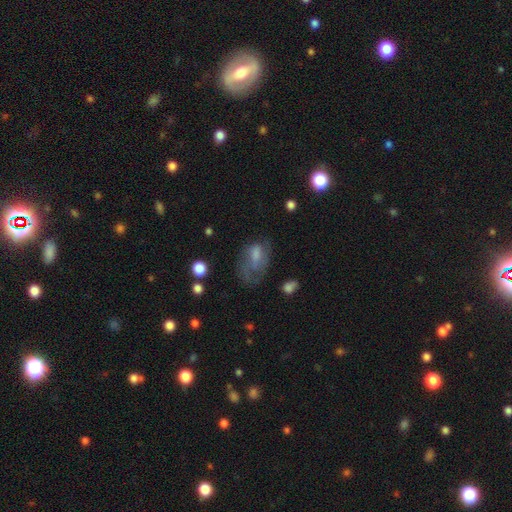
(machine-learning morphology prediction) This appears to be a smooth galaxy with no disk features (51%) that is in between round and cigar-shaped (85%). Merging: major disturbance (37%).